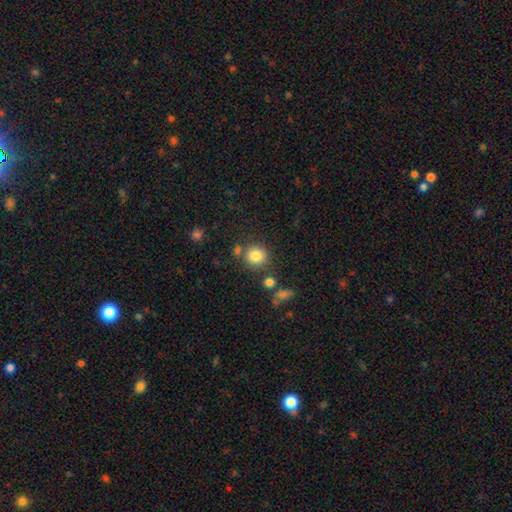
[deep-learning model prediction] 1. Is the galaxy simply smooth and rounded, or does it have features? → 83% smooth, 11% star or artifact, 6% featured or disk.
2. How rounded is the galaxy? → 88% round, 11% in between, 1% cigar-shaped.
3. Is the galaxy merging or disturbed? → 76% none, 10% minor disturbance, 10% merger, 4% major disturbance.